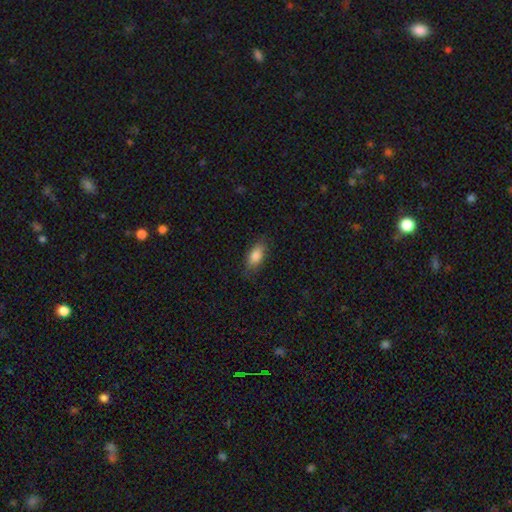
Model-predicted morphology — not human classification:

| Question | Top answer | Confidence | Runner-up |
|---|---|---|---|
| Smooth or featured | smooth | 83% | featured or disk (9%) |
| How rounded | in between | 86% | cigar-shaped (10%) |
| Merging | none | 80% | minor disturbance (15%) |